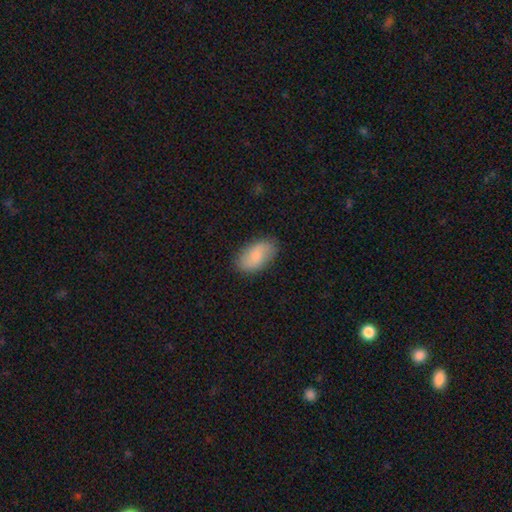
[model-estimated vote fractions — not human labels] This appears to be a smooth galaxy with no disk features (72%) that is in between round and cigar-shaped (94%). Merging: none (84%).